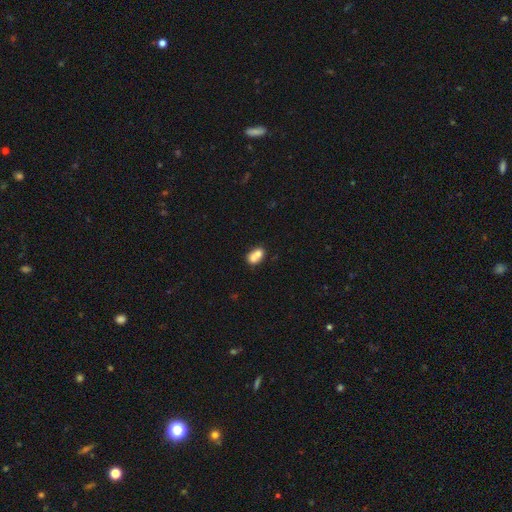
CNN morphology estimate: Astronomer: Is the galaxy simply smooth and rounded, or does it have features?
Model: smooth — 69%.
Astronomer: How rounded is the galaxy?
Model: in between — 55% (runner-up: round, 43%).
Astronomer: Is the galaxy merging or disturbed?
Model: merger — 66%.